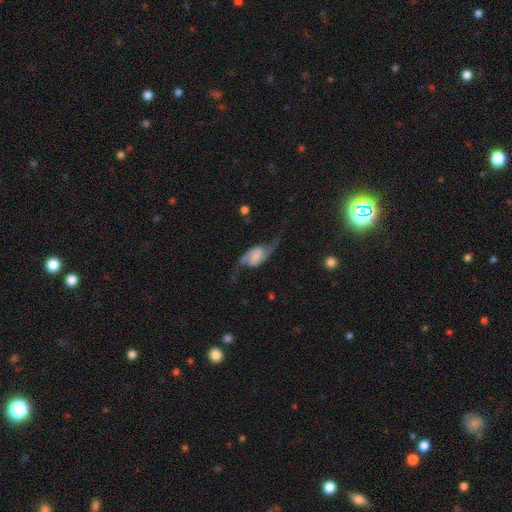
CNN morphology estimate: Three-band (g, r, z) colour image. It shows a featured or disk galaxy (86%) with no bar (39%, tied with weak), 2 (94%) loose (73%) spiral arms (97%) and no central bulge (42%). Merging: none (70%).